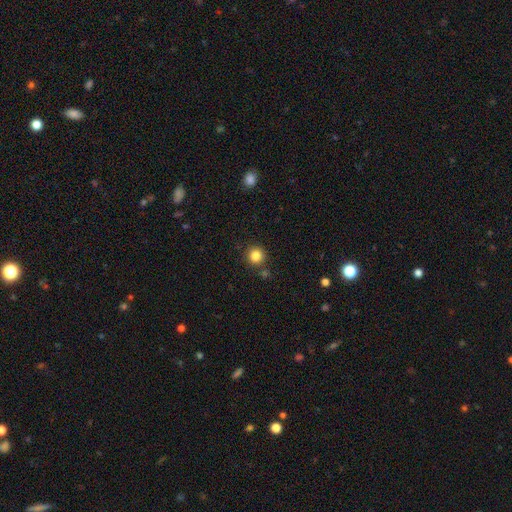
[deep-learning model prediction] Morphology: type=smooth (84%); roundness=round (93%); merging=none (85%).